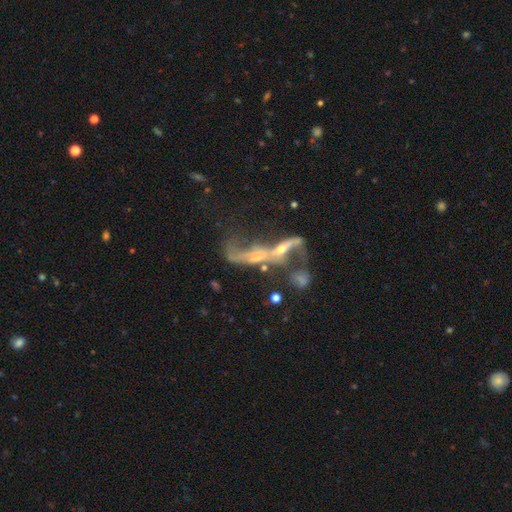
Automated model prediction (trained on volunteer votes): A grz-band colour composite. It shows a featured or disk galaxy (59%). Merging: merger (61%).